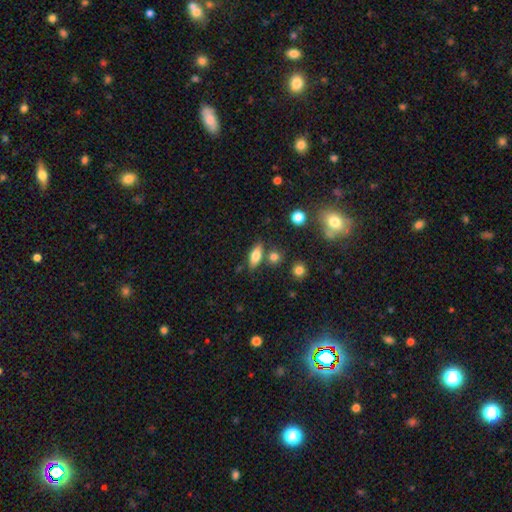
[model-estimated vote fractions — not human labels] This appears to be a smooth galaxy with no disk features (74%) that is in between round and cigar-shaped (78%). Merging: none (73%).